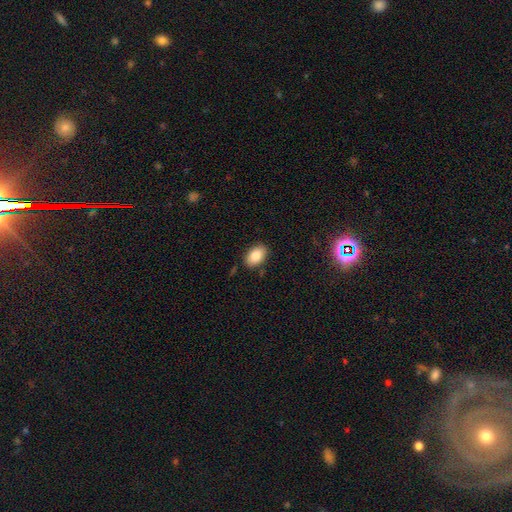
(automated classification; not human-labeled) Q: Smooth or featured?
A: smooth (83%); runner-up: featured or disk (9%)
Q: How rounded?
A: in between (88%); runner-up: round (10%)
Q: Merging?
A: none (86%); runner-up: minor disturbance (10%)